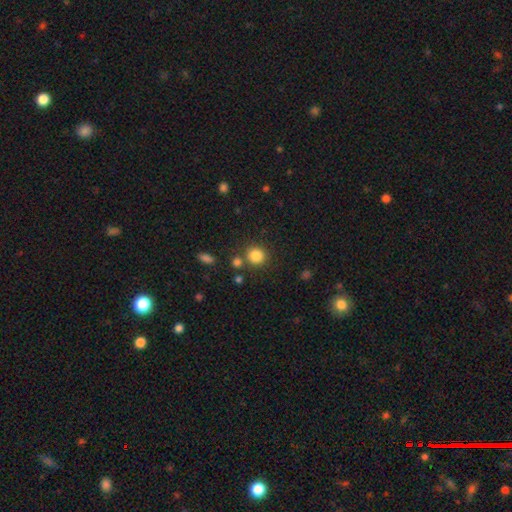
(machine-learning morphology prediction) A smooth galaxy with no disk features (84%) that is round (88%).

Vote fractions:
- Smooth or featured? smooth: 84% / star or artifact: 11% / featured or disk: 5%
- How rounded? round: 88% / in between: 11% / cigar-shaped: 1%
- Merging? none: 77% / merger: 10% / minor disturbance: 9% / major disturbance: 4%